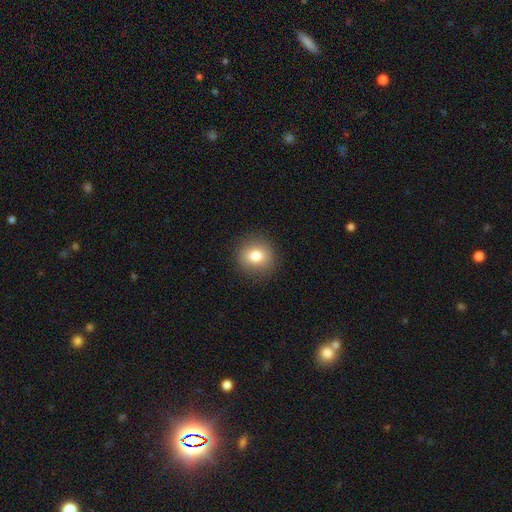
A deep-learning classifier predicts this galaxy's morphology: Smooth or featured? smooth (80%)
How rounded? round (87%)
Merging? none (90%)